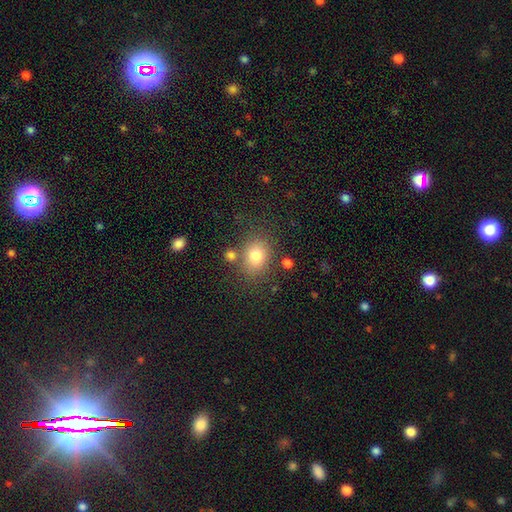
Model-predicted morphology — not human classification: This appears to be a smooth galaxy with no disk features (78%) that is round (51%). Merging: none (74%).